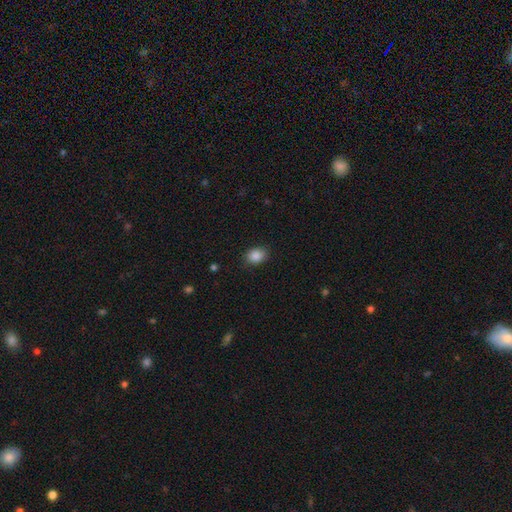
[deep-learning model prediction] This appears to be a smooth galaxy with no disk features (87%) that is in between round and cigar-shaped (65%). Merging: none (84%).